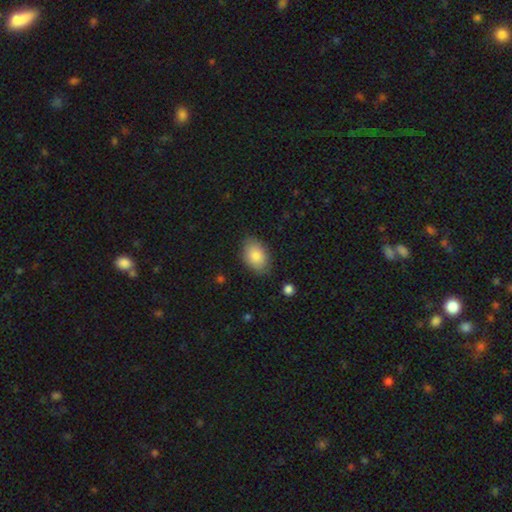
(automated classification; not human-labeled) smooth_or_featured: smooth (p=0.83) [alt: featured or disk p=0.10]
how_rounded: in between (p=0.87) [alt: round p=0.12]
merging: none (p=0.80) [alt: minor disturbance p=0.15]